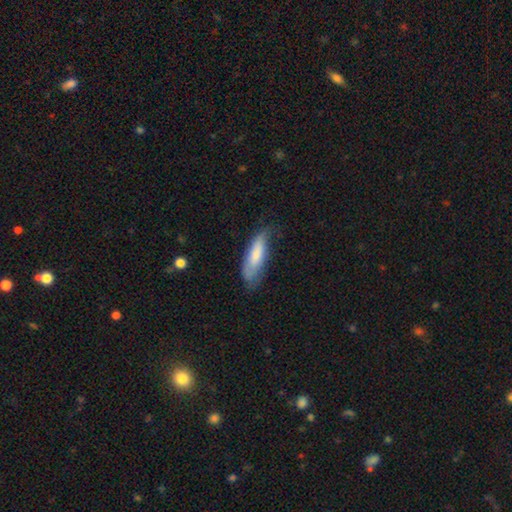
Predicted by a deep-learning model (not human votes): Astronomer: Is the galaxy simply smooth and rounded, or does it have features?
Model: smooth — 66%.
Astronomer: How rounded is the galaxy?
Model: cigar-shaped — 54% (runner-up: in between, 44%).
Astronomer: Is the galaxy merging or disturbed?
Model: none — 54% (runner-up: minor disturbance, 33%).